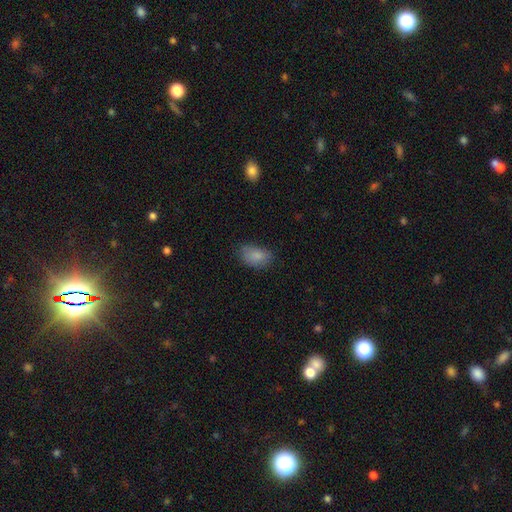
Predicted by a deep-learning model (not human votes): smooth_or_featured: smooth (p=0.85) [alt: star or artifact p=0.08]
how_rounded: in between (p=0.90) [alt: round p=0.08]
merging: none (p=0.70) [alt: minor disturbance p=0.23]